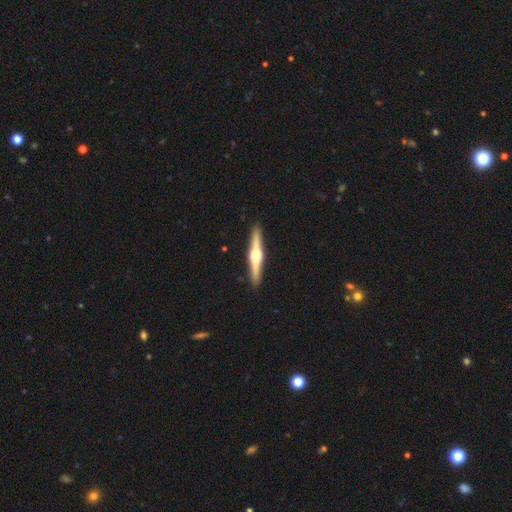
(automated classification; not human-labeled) smooth_or_featured: featured or disk (p=0.74) [alt: smooth p=0.21]
disk_edge_on: yes (p=0.98) [alt: no p=0.02]
edge_on_bulge: rounded (p=0.96) [alt: boxy p=0.03]
merging: none (p=0.92) [alt: minor disturbance p=0.05]